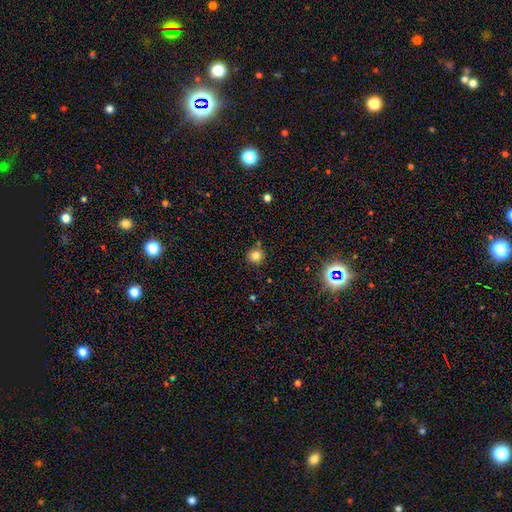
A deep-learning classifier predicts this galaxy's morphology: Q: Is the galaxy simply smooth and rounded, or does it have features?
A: smooth — 79%.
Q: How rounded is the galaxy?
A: round — 91%.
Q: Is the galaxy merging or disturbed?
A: none — 81%.